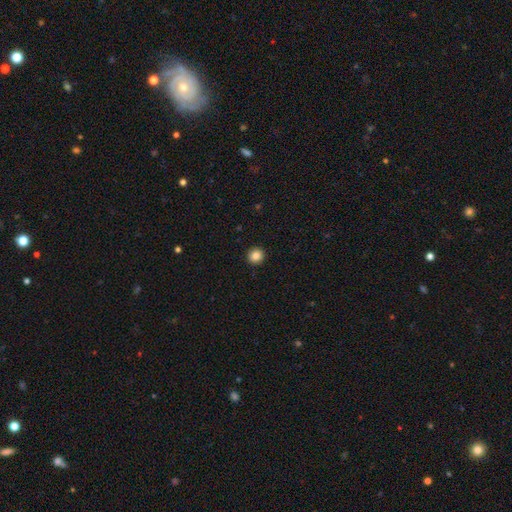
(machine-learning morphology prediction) Q: Smooth or featured?
A: smooth (85%); runner-up: star or artifact (10%)
Q: How rounded?
A: round (94%); runner-up: in between (5%)
Q: Merging?
A: none (93%); runner-up: minor disturbance (4%)